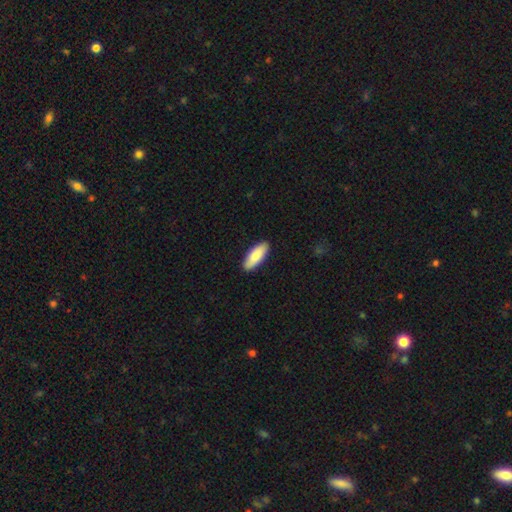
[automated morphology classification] smooth 85%, featured or disk 10%, star or artifact 5%. Down the decision tree: how rounded — in between (72%); merging — none (90%).